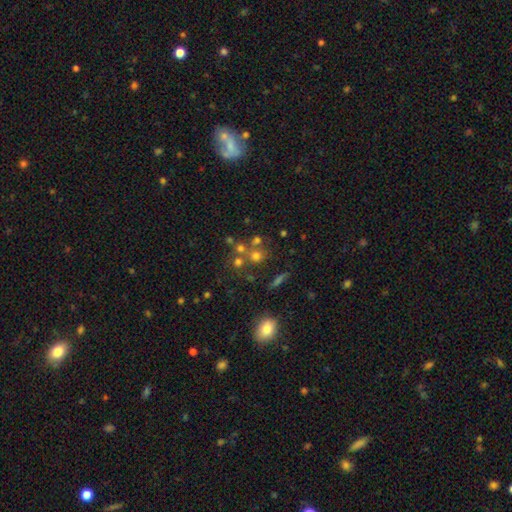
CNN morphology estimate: Overall: smooth (58%; star or artifact 23%). How rounded: round (83%). Merging: none (50%; merger 35%).